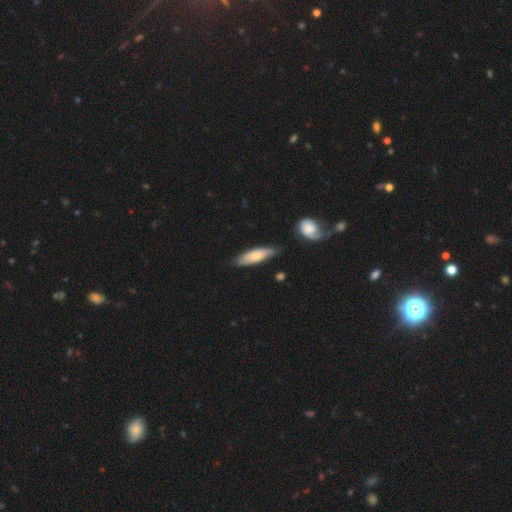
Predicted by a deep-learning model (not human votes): A smooth galaxy with no disk features (65%) that is cigar-shaped (55%).

Vote fractions:
- Smooth or featured? smooth: 65% / featured or disk: 29% / star or artifact: 5%
- How rounded? cigar-shaped: 55% / in between: 43% / round: 2%
- Merging? none: 72% / minor disturbance: 20% / major disturbance: 4% / merger: 4%